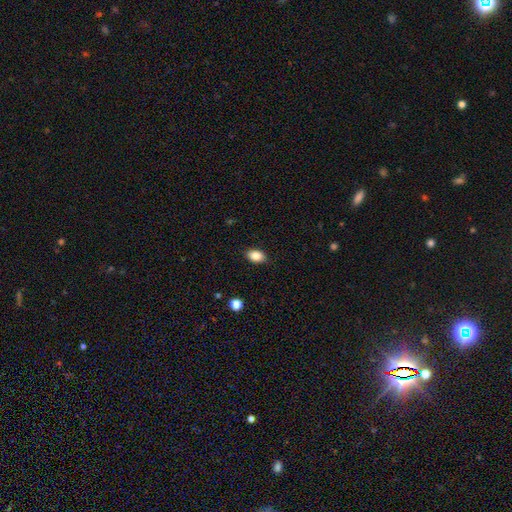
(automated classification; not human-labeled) The model was most divided on "how rounded": in between: 87%, round: 12%, cigar-shaped: 1%. More confident: smooth or featured — smooth (87%); merging — none (87%).